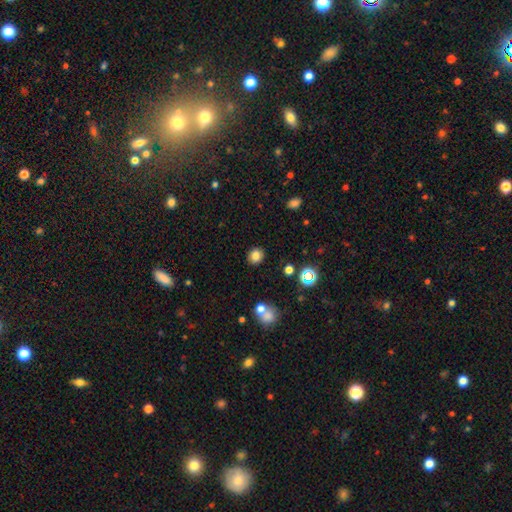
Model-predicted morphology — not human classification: Overall: smooth (81%). How rounded: round (79%). Merging: none (88%).